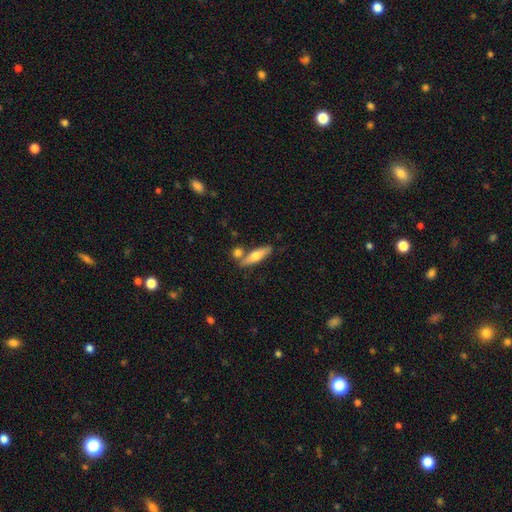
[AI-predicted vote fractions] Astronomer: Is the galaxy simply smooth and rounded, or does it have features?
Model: smooth — 59% (runner-up: featured or disk, 35%).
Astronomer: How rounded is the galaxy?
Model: cigar-shaped — 67%.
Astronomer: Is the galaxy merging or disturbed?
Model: none — 69%.